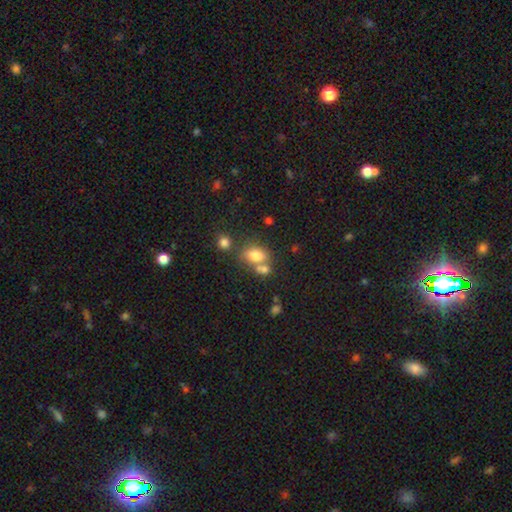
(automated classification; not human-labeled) smooth-or-featured: smooth: 76% | featured or disk: 12% | star or artifact: 12%
  how-rounded: in between: 80% | round: 17% | cigar-shaped: 3%
  merging: none: 44% | merger: 37% | minor disturbance: 13% | major disturbance: 6%